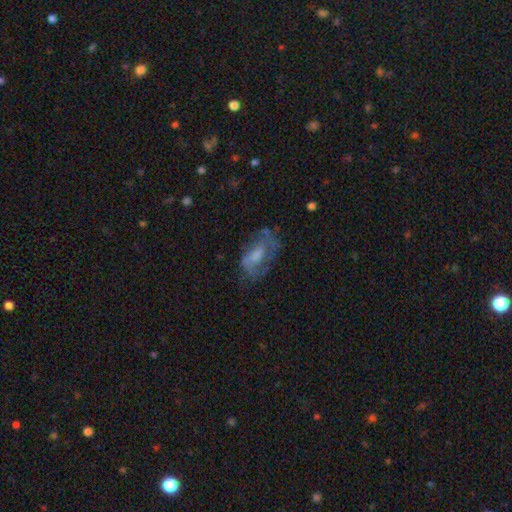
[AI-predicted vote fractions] This is possibly a featured or disk galaxy (54%). It is clearly not viewed edge-on (94%). Bar: possibly no (53%). Spiral arm pattern: possibly yes (54%). Central bulge: marginally moderate (43%). Merging: possibly none (48%).